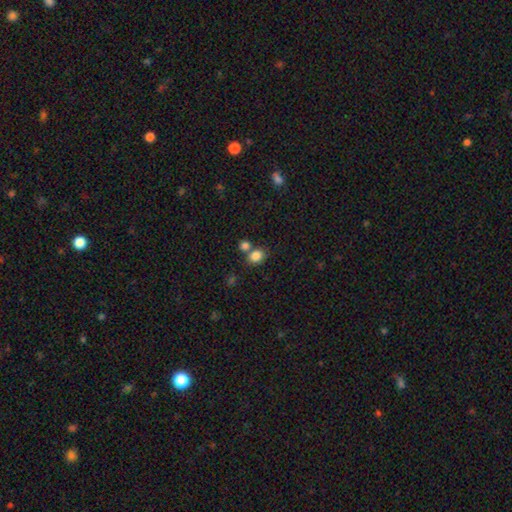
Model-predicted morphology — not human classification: Overall: smooth (84%). How rounded: round (51%; in between 48%). Merging: none (58%; merger 29%).